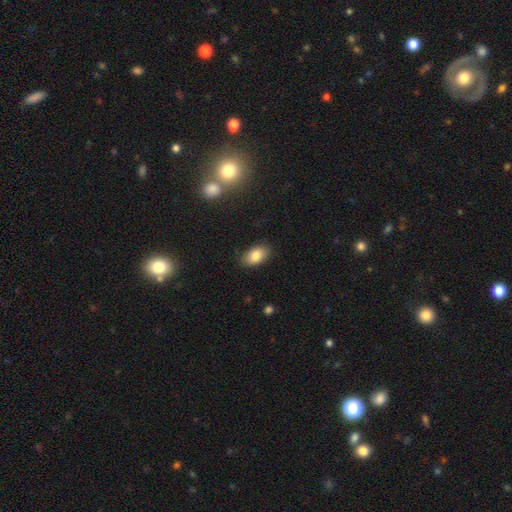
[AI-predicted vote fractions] Overall: smooth (84%). How rounded: in between (91%). Merging: none (85%).